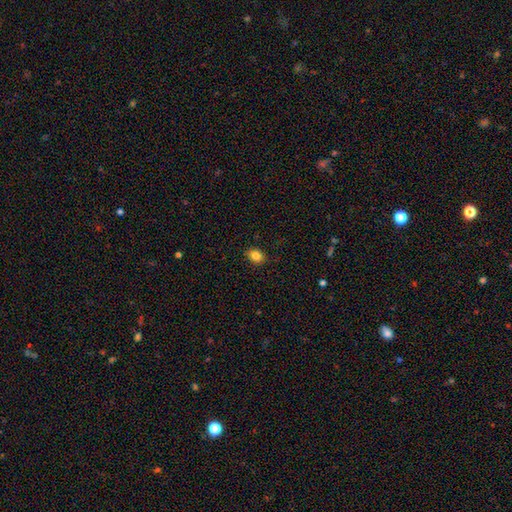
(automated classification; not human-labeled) Overall: smooth (84%). How rounded: in between (53%; round 46%). Merging: none (86%).